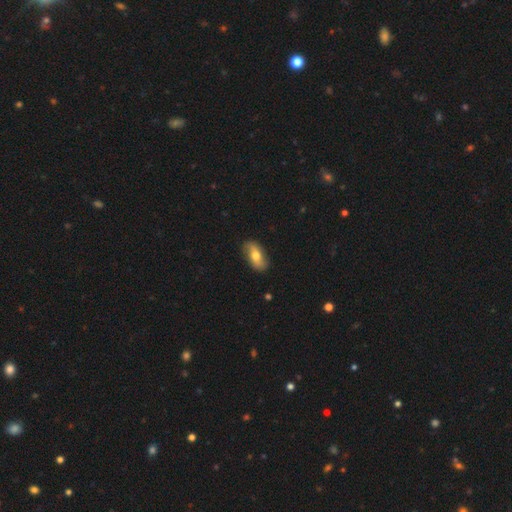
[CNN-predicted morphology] Overall: featured or disk (47%; smooth 46%). Merging: none (83%).